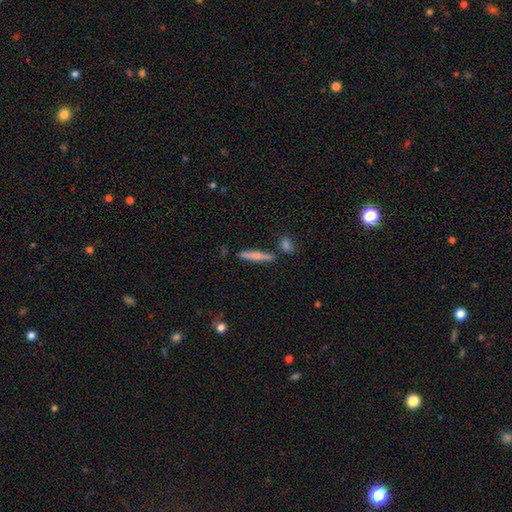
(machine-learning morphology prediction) A smooth galaxy with no disk features (60%) that is cigar-shaped (90%). Merging: none (80%).